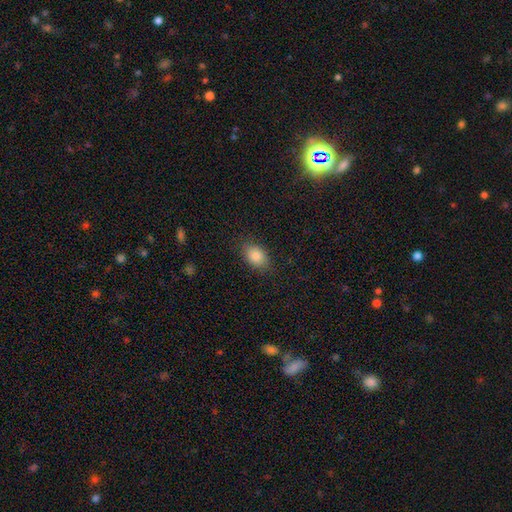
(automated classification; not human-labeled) smooth-or-featured: smooth: 86% | star or artifact: 8% | featured or disk: 6%
  how-rounded: in between: 80% | round: 19% | cigar-shaped: 1%
  merging: none: 84% | minor disturbance: 12% | major disturbance: 3% | merger: 1%